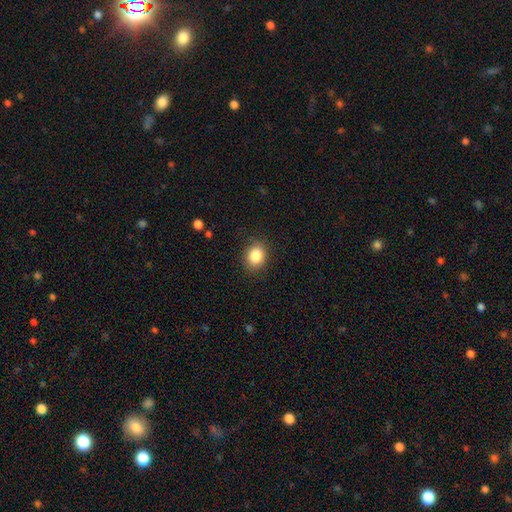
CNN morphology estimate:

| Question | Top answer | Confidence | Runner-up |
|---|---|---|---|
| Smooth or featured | smooth | 85% | star or artifact (9%) |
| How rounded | round | 57% | in between (42%) |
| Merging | none | 87% | minor disturbance (9%) |